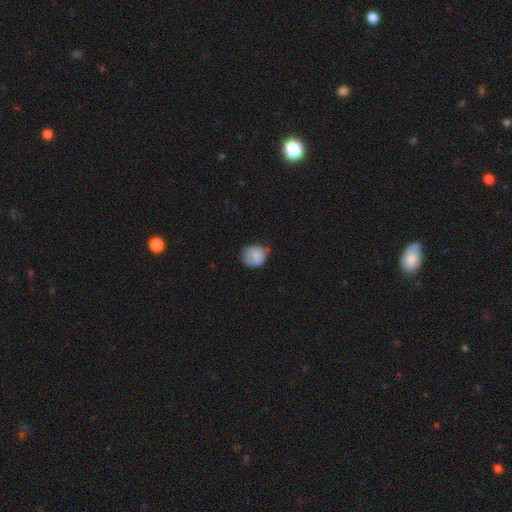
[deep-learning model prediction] smooth 78%, featured or disk 14%, star or artifact 8%. Down the decision tree: how rounded — round (79%); merging — none (51%).